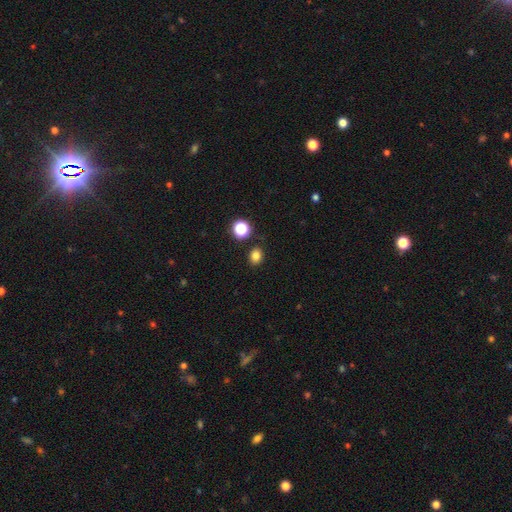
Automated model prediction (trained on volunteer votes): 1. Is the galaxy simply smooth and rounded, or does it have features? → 79% smooth, 15% star or artifact, 6% featured or disk.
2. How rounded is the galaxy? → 52% round, 47% in between, 1% cigar-shaped.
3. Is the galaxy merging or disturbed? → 85% none, 8% minor disturbance, 4% merger, 2% major disturbance.